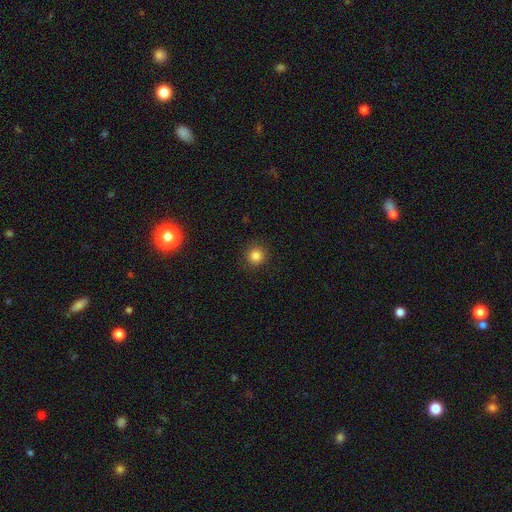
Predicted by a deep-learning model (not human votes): Smooth or featured?
  - smooth: 84% *
  - star or artifact: 12%
  - featured or disk: 4%
How rounded?
  - round: 94% *
  - in between: 5%
  - cigar-shaped: 1%
Merging?
  - none: 90% *
  - minor disturbance: 7%
  - major disturbance: 2%
  - merger: 1%